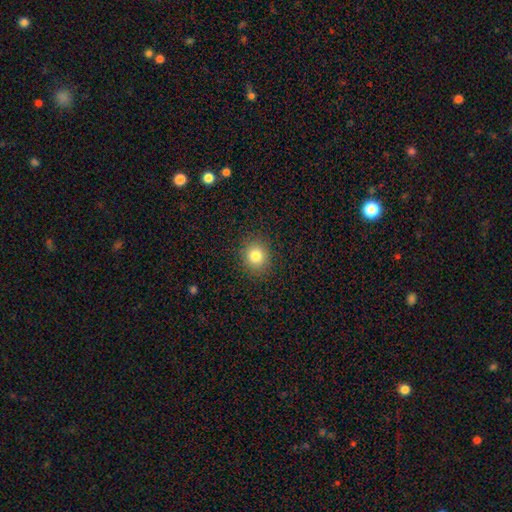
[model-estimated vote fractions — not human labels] This is clearly a smooth galaxy (81%). How rounded: likely round (79%). Merging: clearly none (90%).